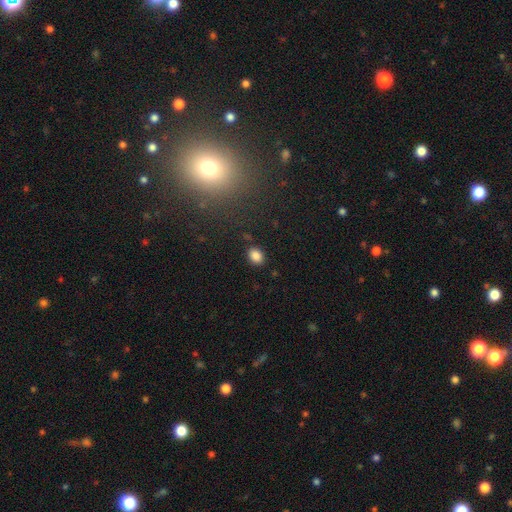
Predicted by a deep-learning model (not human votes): Smooth or featured? Predicted: smooth (p=0.85). How rounded? Predicted: in between (p=0.60). Merging? Predicted: none (p=0.85).